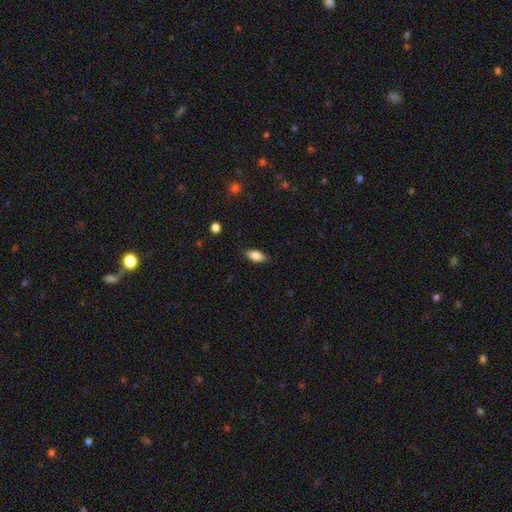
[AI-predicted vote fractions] The model was most divided on "smooth or featured": smooth: 79%, featured or disk: 13%, star or artifact: 7%. More confident: how rounded — in between (86%); merging — none (85%).